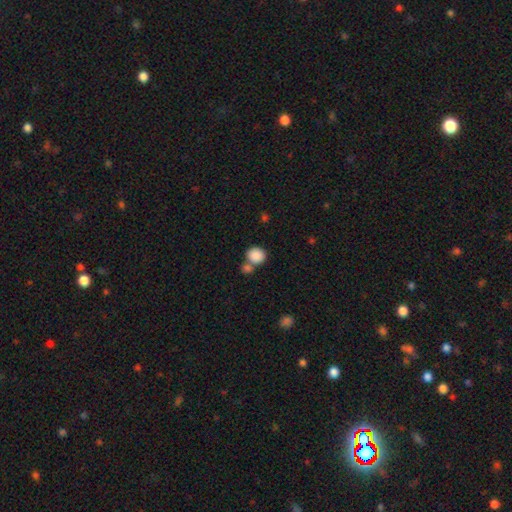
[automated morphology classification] Smooth or featured? smooth (86%)
How rounded? round (80%)
Merging? none (52%)